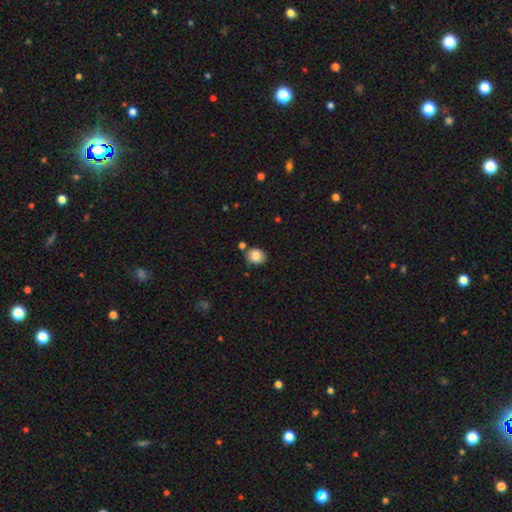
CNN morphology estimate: This appears to be a smooth galaxy with no disk features (83%) that is round (62%). Merging: none (71%).